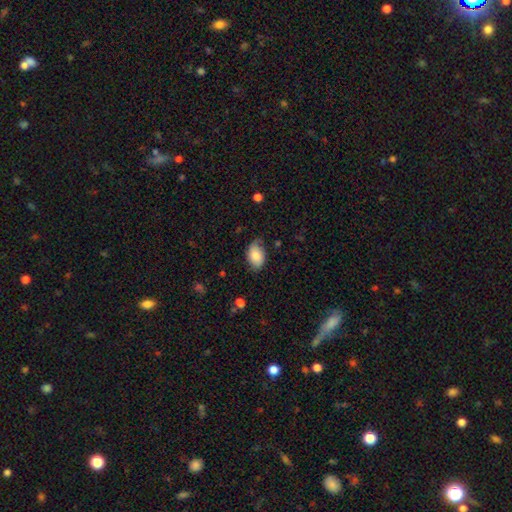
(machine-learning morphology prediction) This is likely a smooth galaxy (75%). How rounded: clearly in between (87%). Merging: possibly none (57%).